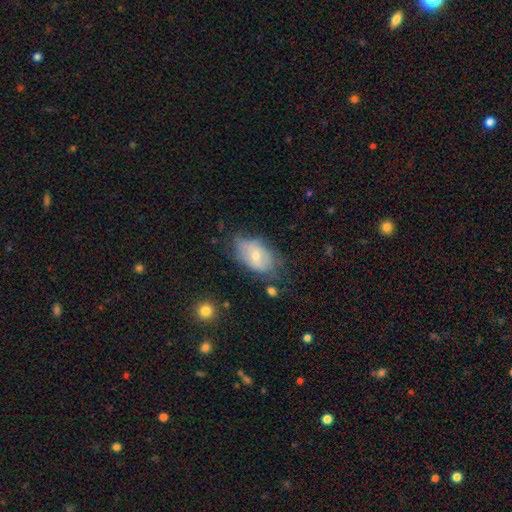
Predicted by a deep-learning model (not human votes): Smooth or featured? smooth (52%)
How rounded? in between (89%)
Merging? none (44%)